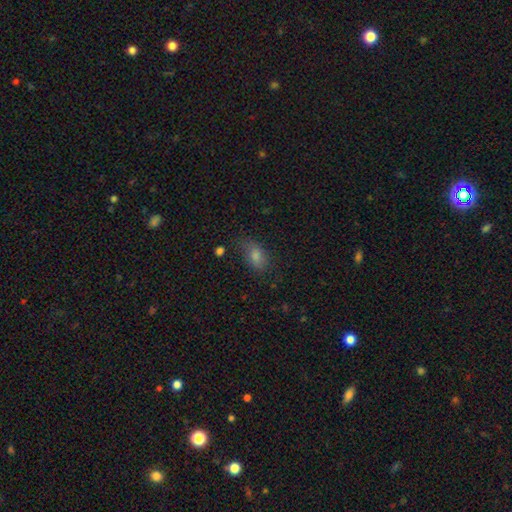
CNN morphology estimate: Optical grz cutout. It shows a smooth galaxy with no disk features (72%) that is in between round and cigar-shaped (84%). Merging: none (70%).